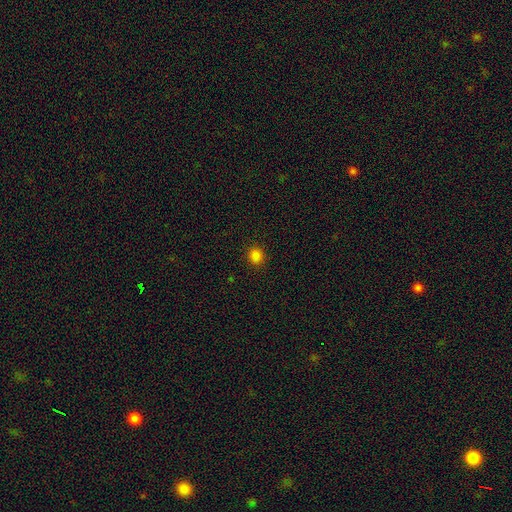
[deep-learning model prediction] smooth-or-featured: smooth: 83% | star or artifact: 14% | featured or disk: 3%
  how-rounded: round: 80% | in between: 19% | cigar-shaped: 1%
  merging: none: 90% | minor disturbance: 7% | major disturbance: 2% | merger: 1%